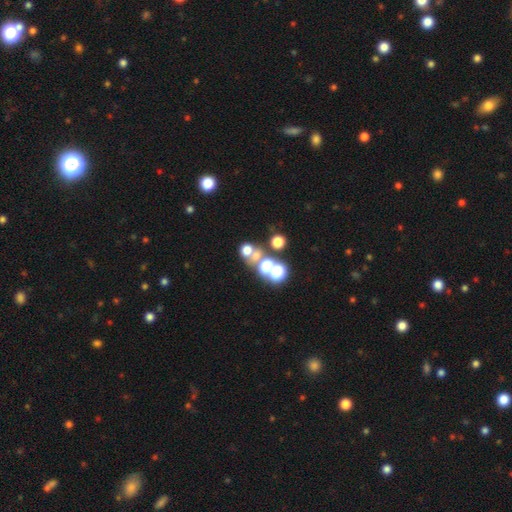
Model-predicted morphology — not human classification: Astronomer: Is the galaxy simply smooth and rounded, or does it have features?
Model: smooth — 50% (runner-up: star or artifact, 34%).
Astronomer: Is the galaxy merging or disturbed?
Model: none — 50% (runner-up: merger, 36%).